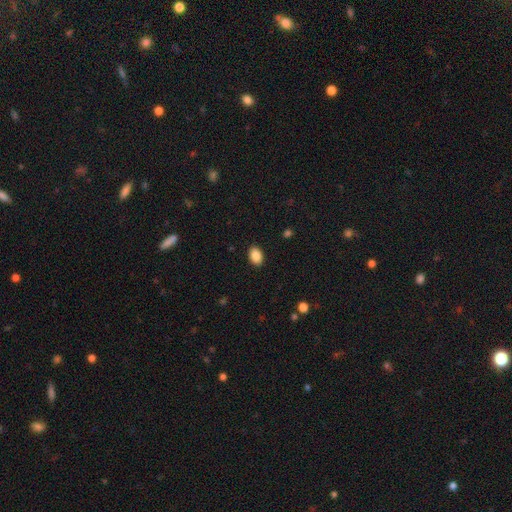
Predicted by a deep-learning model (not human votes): Overall: smooth (88%). How rounded: in between (85%). Merging: none (90%).